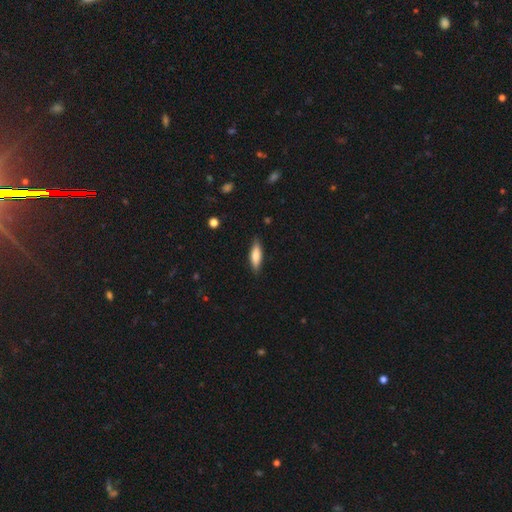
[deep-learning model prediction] A smooth galaxy with no disk features (75%) that is cigar-shaped (53%). Merging: none (85%).